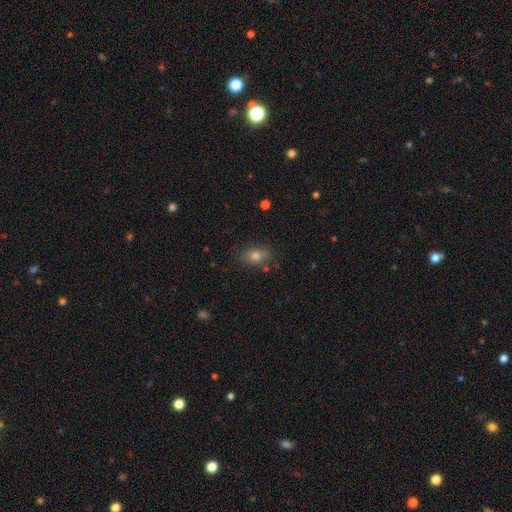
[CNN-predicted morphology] smooth 76%, star or artifact 14%, featured or disk 10%. Down the decision tree: how rounded — in between (67%); merging — none (82%).